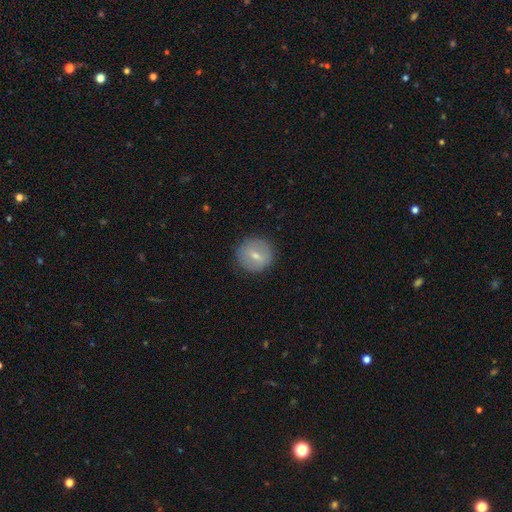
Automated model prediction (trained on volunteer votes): Smooth or featured: smooth — 59% (featured or disk — 33%)
How rounded: round — 90% (in between — 9%)
Merging: none — 86% (minor disturbance — 10%)